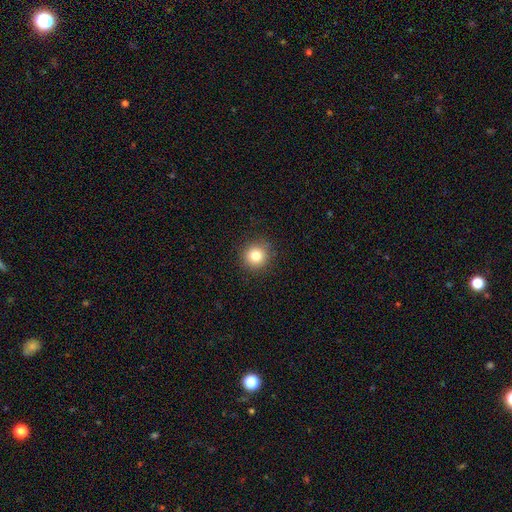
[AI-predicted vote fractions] This is clearly a smooth galaxy (82%). How rounded: clearly round (93%). Merging: clearly none (90%).